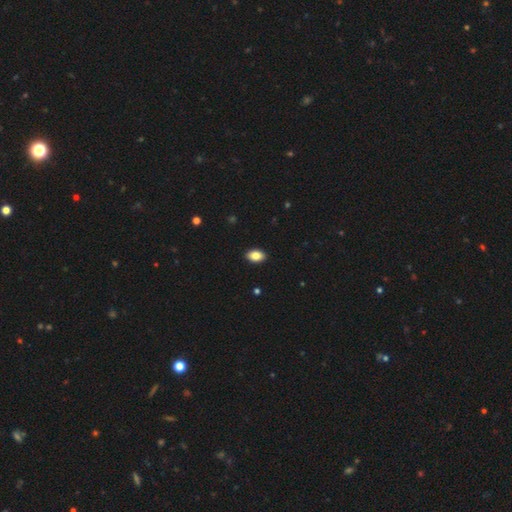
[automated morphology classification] Smooth or featured?
  - smooth: 85% *
  - star or artifact: 8%
  - featured or disk: 7%
How rounded?
  - in between: 90% *
  - round: 8%
  - cigar-shaped: 1%
Merging?
  - none: 91% *
  - minor disturbance: 7%
  - major disturbance: 2%
  - merger: 1%